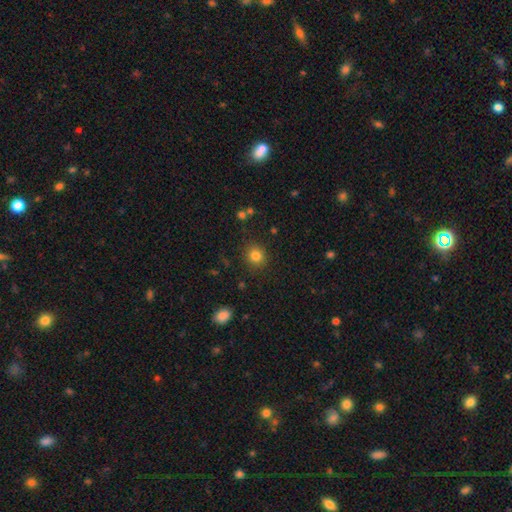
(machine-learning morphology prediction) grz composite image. It shows a smooth galaxy with no disk features (82%) that is round (85%). Merging: none (87%).